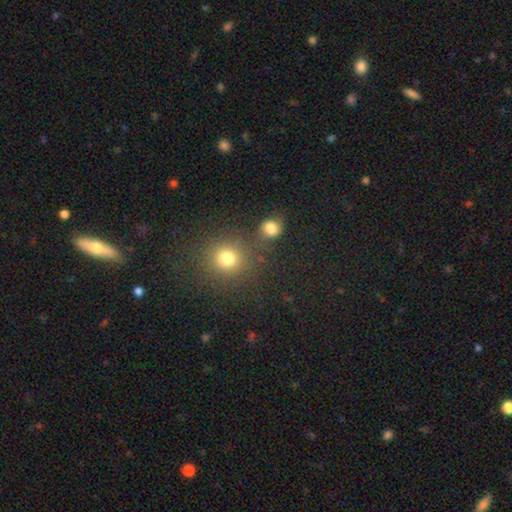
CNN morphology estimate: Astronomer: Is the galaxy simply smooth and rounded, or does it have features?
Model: smooth — 57% (runner-up: star or artifact, 35%).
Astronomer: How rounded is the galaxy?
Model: round — 91%.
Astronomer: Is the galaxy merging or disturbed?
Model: none — 82%.